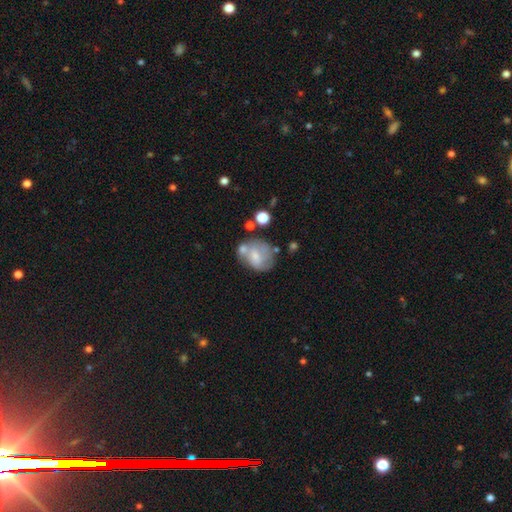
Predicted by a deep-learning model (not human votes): A smooth galaxy with no disk features (57%) that is round (60%). Merging: none (42%).